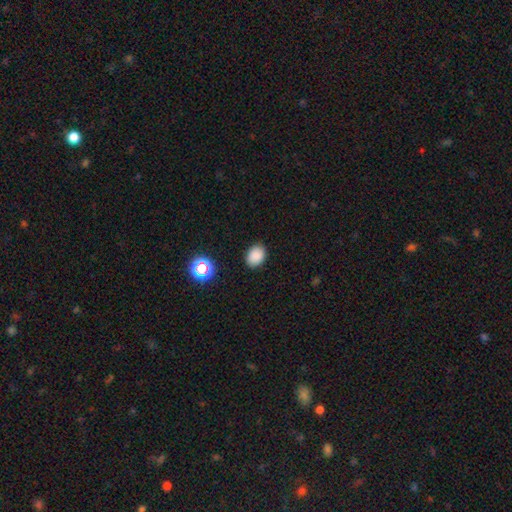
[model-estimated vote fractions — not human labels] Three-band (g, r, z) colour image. It shows a smooth galaxy with no disk features (84%) that is in between round and cigar-shaped (68%). Merging: none (87%).